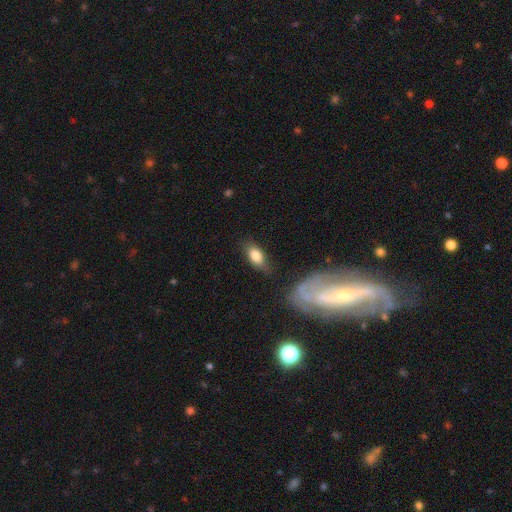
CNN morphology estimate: type=smooth (79%); roundness=in between (86%); merging=none (67%).